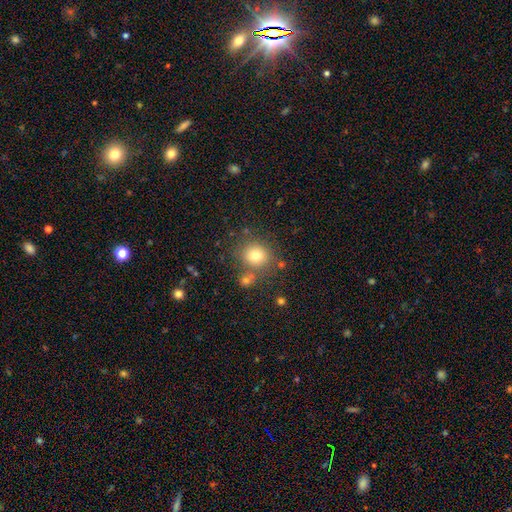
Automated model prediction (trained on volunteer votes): Q: Smooth or featured?
A: smooth (77%); runner-up: star or artifact (13%)
Q: How rounded?
A: round (83%); runner-up: in between (16%)
Q: Merging?
A: none (72%); runner-up: merger (12%)